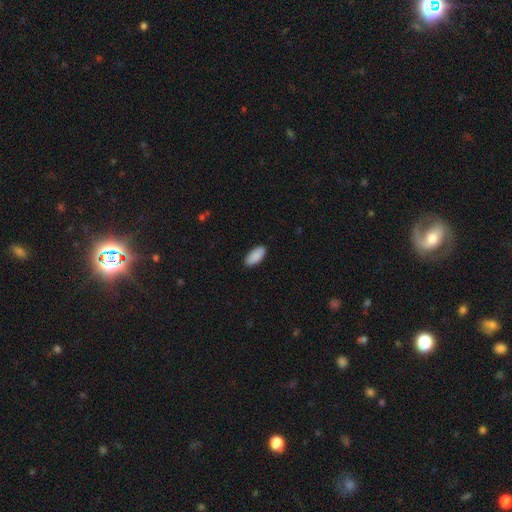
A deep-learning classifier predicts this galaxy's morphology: This appears to be a smooth galaxy with no disk features (91%) that is in between round and cigar-shaped (93%). Merging: none (89%).